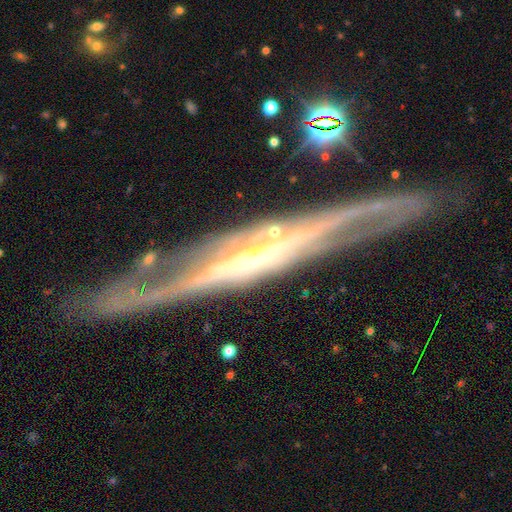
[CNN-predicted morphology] type=featured or disk (86%); edge-on=yes (80%); edge-on bulge=rounded (51%); merging=none (77%).